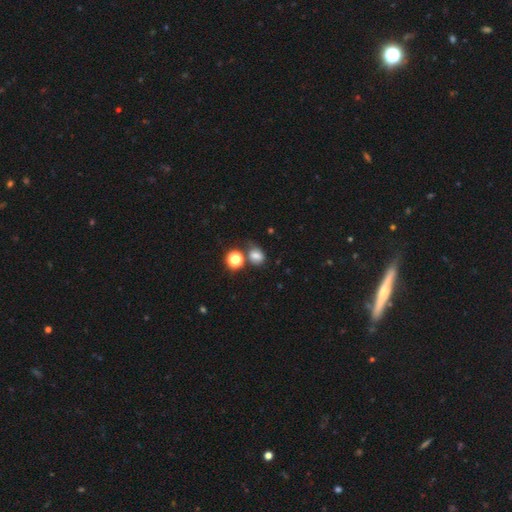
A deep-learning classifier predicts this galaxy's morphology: This appears to be a smooth galaxy with no disk features (73%) that is in between round and cigar-shaped (53%). Merging: none (51%).